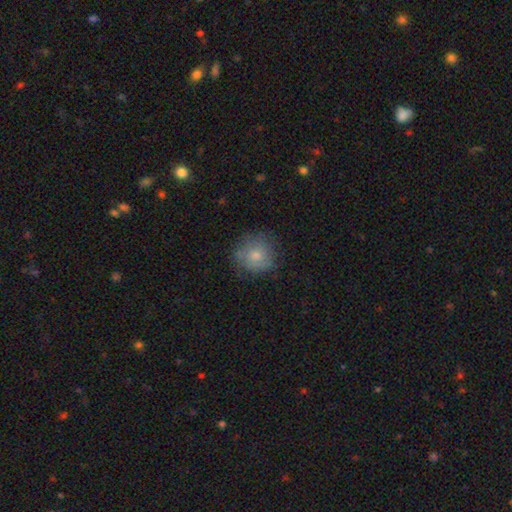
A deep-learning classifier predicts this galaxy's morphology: Smooth or featured? smooth (72%)
How rounded? round (87%)
Merging? none (70%)